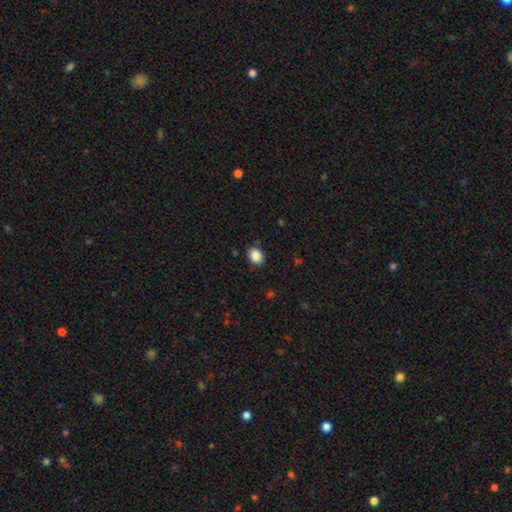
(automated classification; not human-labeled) Morphology: type=smooth (88%); roundness=in between (63%); merging=none (84%).